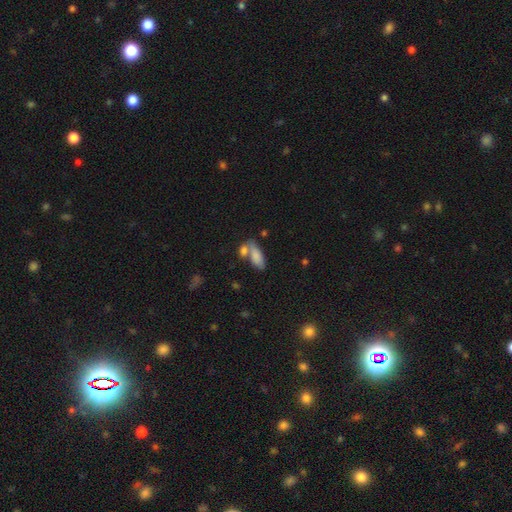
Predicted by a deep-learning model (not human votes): smooth_or_featured: smooth (p=0.81) [alt: featured or disk p=0.11]
how_rounded: in between (p=0.80) [alt: cigar-shaped p=0.17]
merging: none (p=0.47) [alt: merger p=0.34]